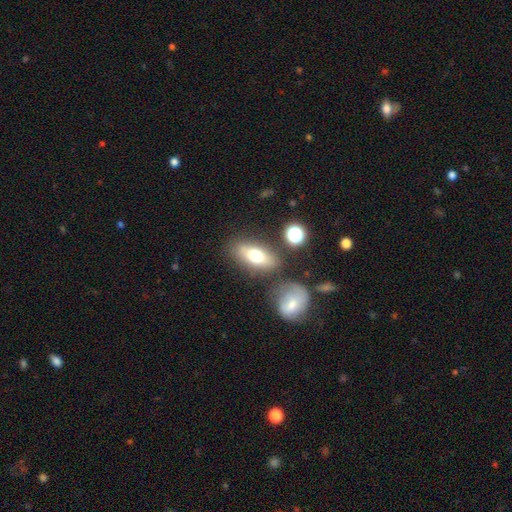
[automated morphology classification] Smooth or featured? Predicted: smooth (p=0.68). How rounded? Predicted: in between (p=0.78). Merging? Predicted: none (p=0.73).